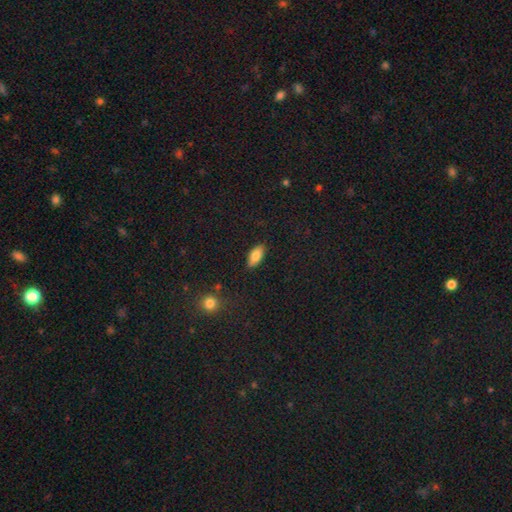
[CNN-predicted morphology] A smooth galaxy with no disk features (80%) that is in between round and cigar-shaped (87%). Merging: none (87%).